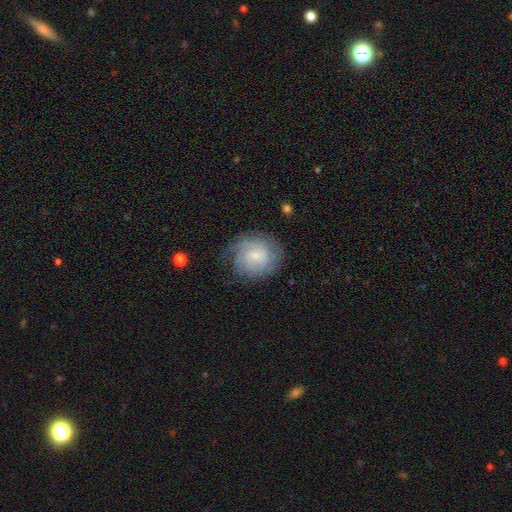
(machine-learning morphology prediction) Smooth or featured? smooth (52%)
How rounded? round (85%)
Merging? none (68%)